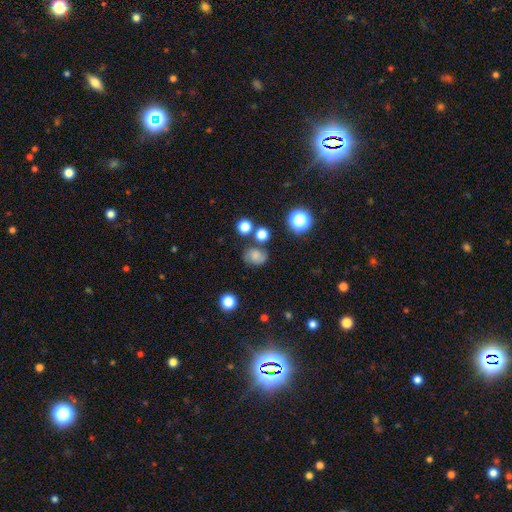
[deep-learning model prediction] smooth-or-featured: smooth: 65% | featured or disk: 19% | star or artifact: 16%
  how-rounded: round: 52% | in between: 47% | cigar-shaped: 1%
  merging: none: 66% | minor disturbance: 19% | merger: 8% | major disturbance: 7%